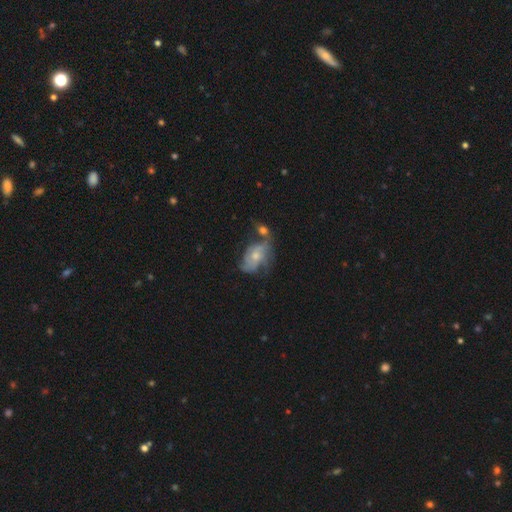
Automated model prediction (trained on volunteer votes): Q: Smooth or featured?
A: featured or disk (65%); runner-up: smooth (27%)
Q: Edge-on disk?
A: no (96%); runner-up: yes (4%)
Q: Bar?
A: no (74%); runner-up: weak (22%)
Q: Spiral arms?
A: yes (76%); runner-up: no (24%)
Q: Bulge size?
A: moderate (51%); runner-up: small (39%)
Q: Merging?
A: none (34%); runner-up: minor disturbance (23%)